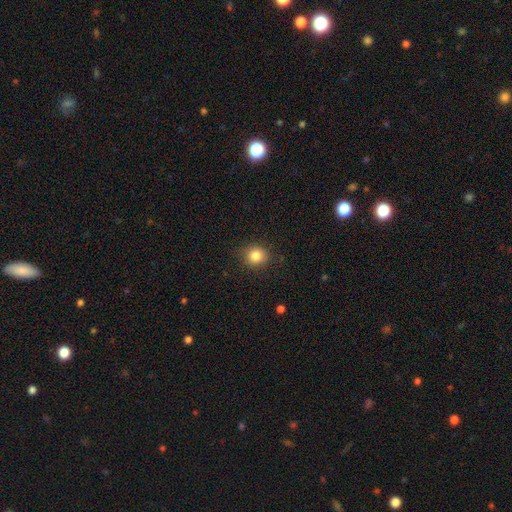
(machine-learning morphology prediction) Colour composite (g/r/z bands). It shows a smooth galaxy with no disk features (84%) that is round (78%). Merging: none (85%).